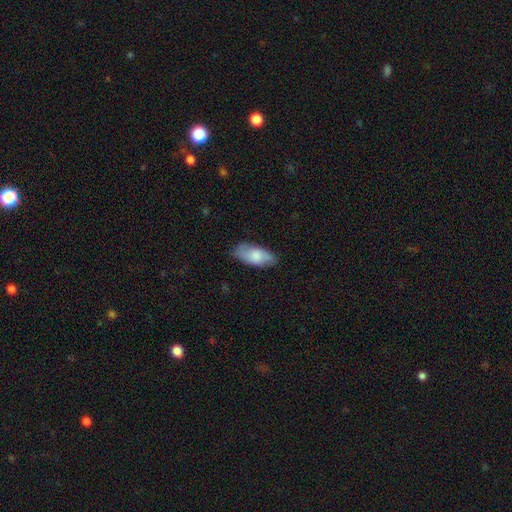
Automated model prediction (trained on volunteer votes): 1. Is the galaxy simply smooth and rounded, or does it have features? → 73% smooth, 21% featured or disk, 6% star or artifact.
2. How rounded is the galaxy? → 89% in between, 9% cigar-shaped, 2% round.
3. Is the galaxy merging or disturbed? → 79% none, 17% minor disturbance, 3% major disturbance, 1% merger.